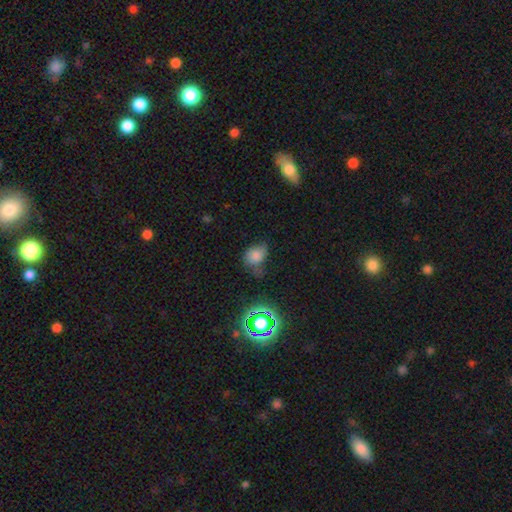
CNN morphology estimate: This is likely a smooth galaxy (70%). How rounded: likely in between (63%). Merging: marginally none (42%).